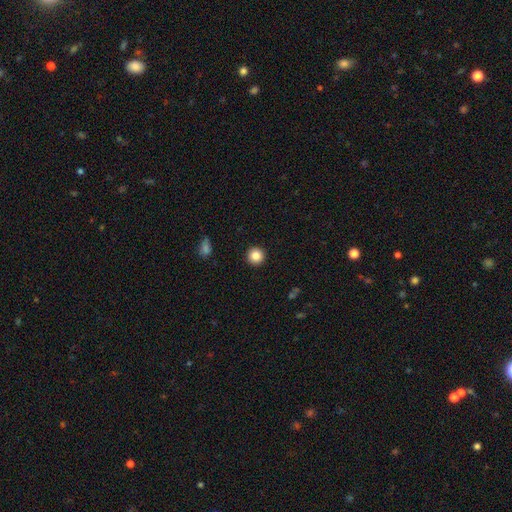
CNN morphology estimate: type=smooth (85%); roundness=round (96%); merging=none (93%).